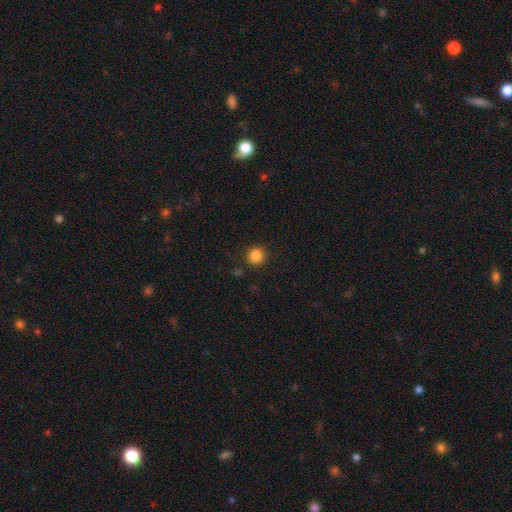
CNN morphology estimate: A smooth galaxy with no disk features (85%) that is round (94%). Merging: none (89%).